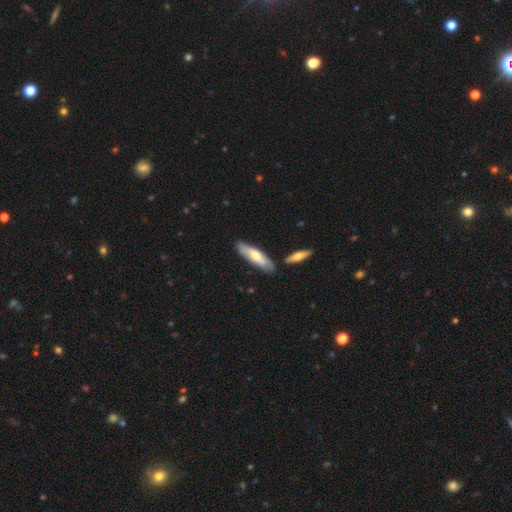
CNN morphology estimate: smooth_or_featured: smooth (p=0.56) [alt: featured or disk p=0.38]
how_rounded: cigar-shaped (p=0.63) [alt: in between p=0.36]
merging: none (p=0.79) [alt: minor disturbance p=0.13]